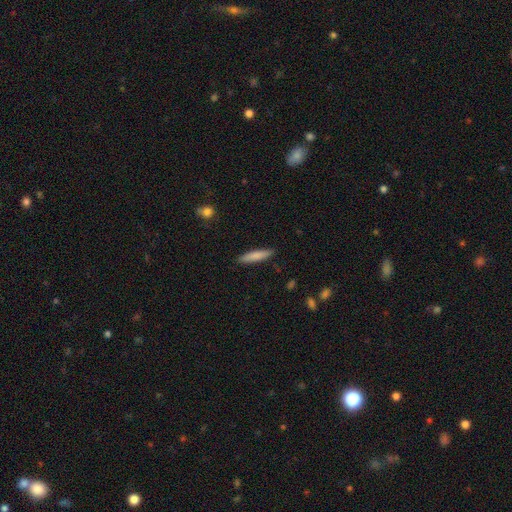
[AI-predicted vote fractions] Smooth or featured? smooth (80%)
How rounded? cigar-shaped (87%)
Merging? none (89%)